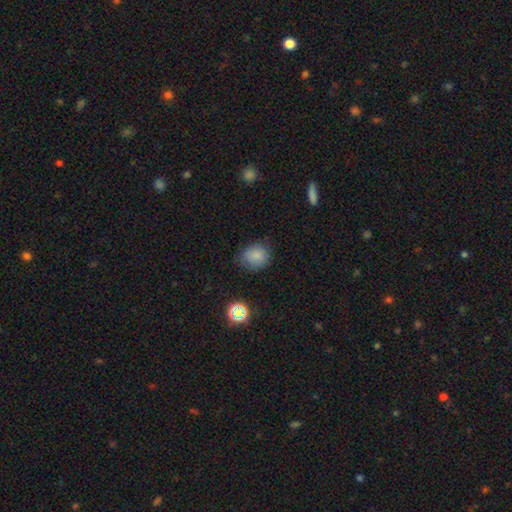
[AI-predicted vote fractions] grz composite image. It shows a smooth galaxy with no disk features (81%) that is round (66%). Merging: none (73%).